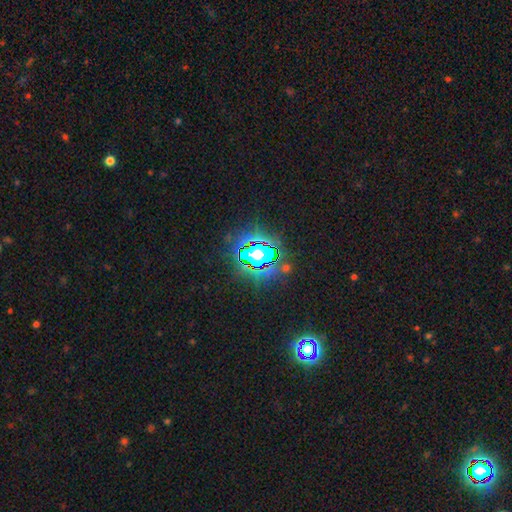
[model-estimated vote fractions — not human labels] A star or artifact, not a galaxy (83%).